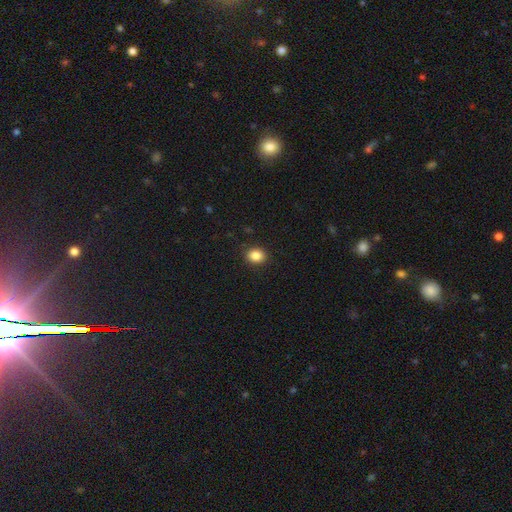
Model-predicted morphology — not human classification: Overall: smooth (86%). How rounded: round (60%; in between 40%). Merging: none (89%).